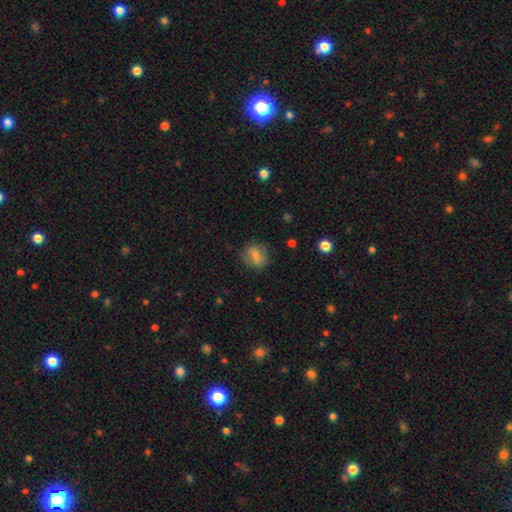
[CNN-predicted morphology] A smooth galaxy with no disk features (76%) that is round (57%). Merging: none (81%).